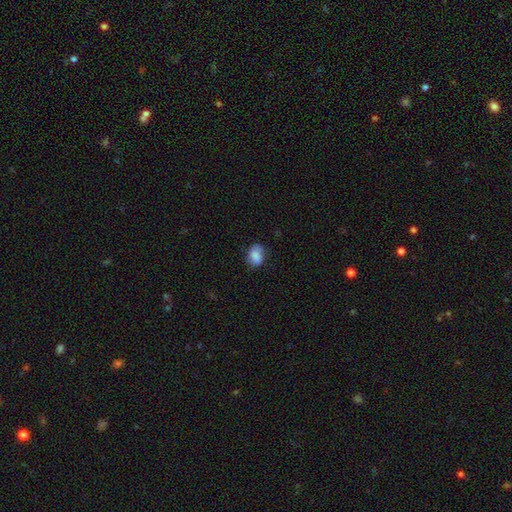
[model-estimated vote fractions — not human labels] Morphology: type=smooth (81%); roundness=in between (71%); merging=none (74%).